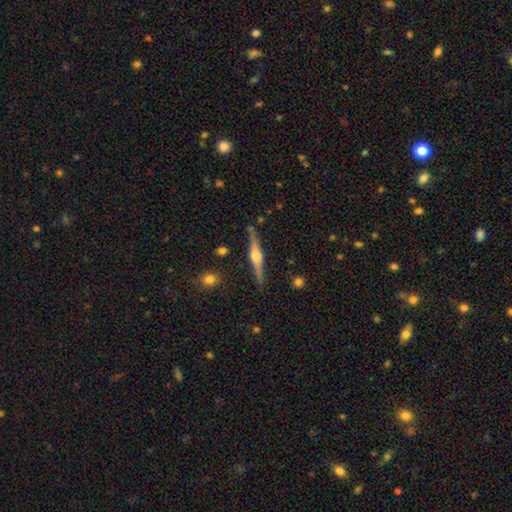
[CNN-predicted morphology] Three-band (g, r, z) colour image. It shows a featured or disk galaxy (77%) viewed edge-on (98%) with a rounded central bulge (90%). Merging: none (85%).